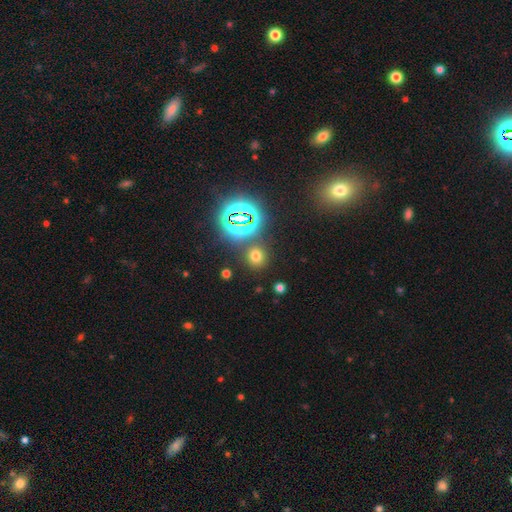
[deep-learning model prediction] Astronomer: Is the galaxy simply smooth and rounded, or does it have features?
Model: smooth — 60%.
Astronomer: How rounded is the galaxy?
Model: round — 81%.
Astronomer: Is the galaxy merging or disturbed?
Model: none — 84%.